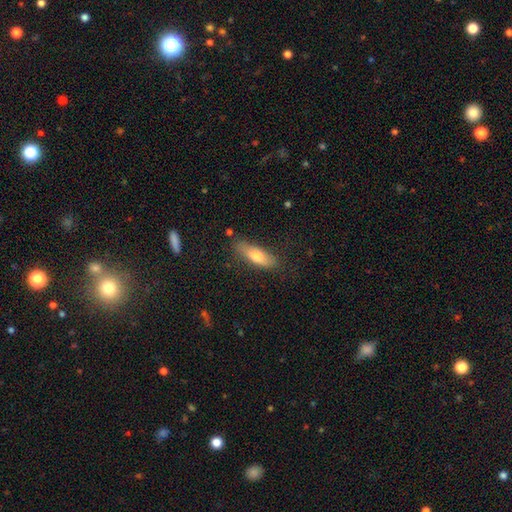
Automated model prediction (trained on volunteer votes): smooth 71%, featured or disk 23%, star or artifact 7%. Down the decision tree: how rounded — in between (51%); merging — none (74%).